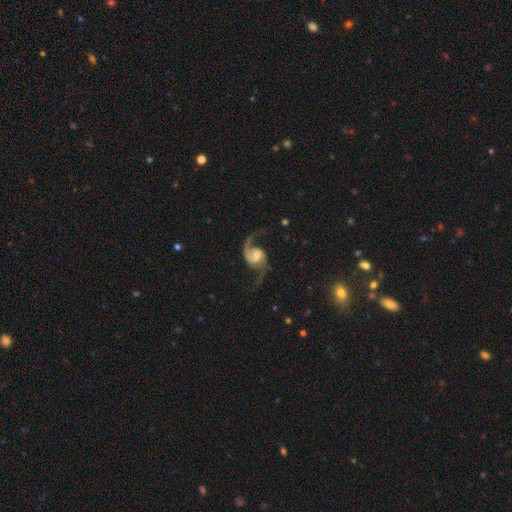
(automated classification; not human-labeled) The model was most divided on "bar": no: 51%, weak: 39%, strong: 10%. Remaining: edge-on disk — no (98%); spiral arms — yes (98%); spiral arm count — 2 (92%); smooth or featured — featured or disk (91%); merging — none (72%); spiral winding — loose (66%); bulge size — moderate (46%).